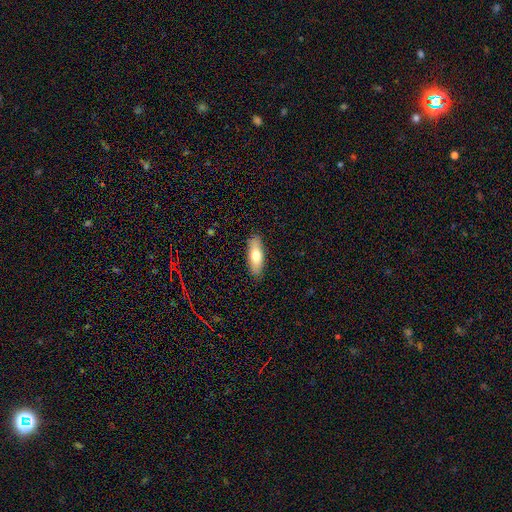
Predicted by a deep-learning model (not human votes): smooth-or-featured: smooth: 71% | featured or disk: 24% | star or artifact: 6%
  how-rounded: in between: 64% | cigar-shaped: 33% | round: 2%
  merging: none: 88% | minor disturbance: 9% | major disturbance: 2% | merger: 1%